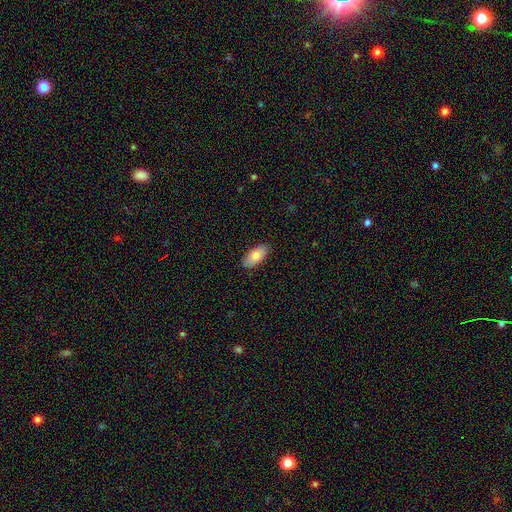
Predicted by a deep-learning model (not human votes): Morphology: type=smooth (79%); roundness=in between (91%); merging=none (89%).